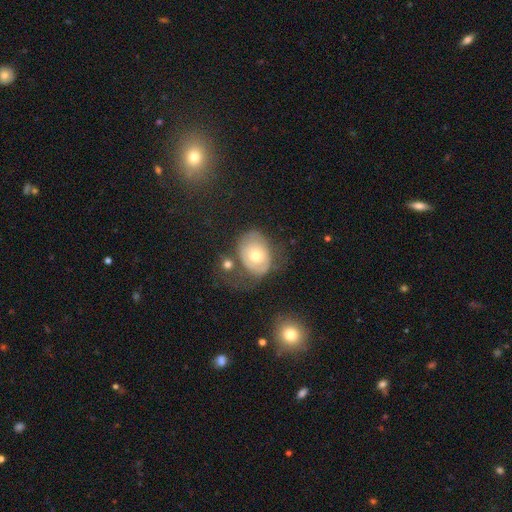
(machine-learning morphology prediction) smooth-or-featured: smooth: 50% | featured or disk: 43% | star or artifact: 8%
  merging: none: 42% | minor disturbance: 26% | major disturbance: 22% | merger: 10%